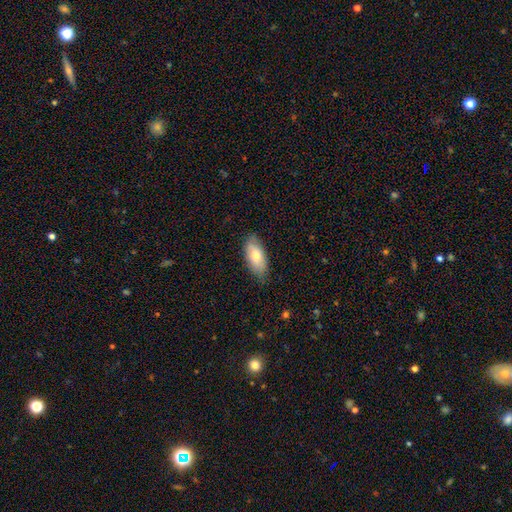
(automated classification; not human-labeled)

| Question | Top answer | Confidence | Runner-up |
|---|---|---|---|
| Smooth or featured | smooth | 74% | featured or disk (20%) |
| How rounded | in between | 89% | cigar-shaped (8%) |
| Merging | none | 79% | minor disturbance (17%) |